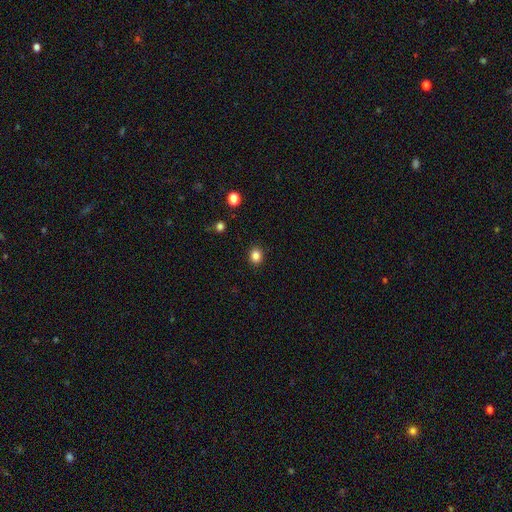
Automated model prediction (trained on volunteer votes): The model was most divided on "how rounded": round: 66%, in between: 33%, cigar-shaped: 1%. More confident: merging — none (90%); smooth or featured — smooth (85%).